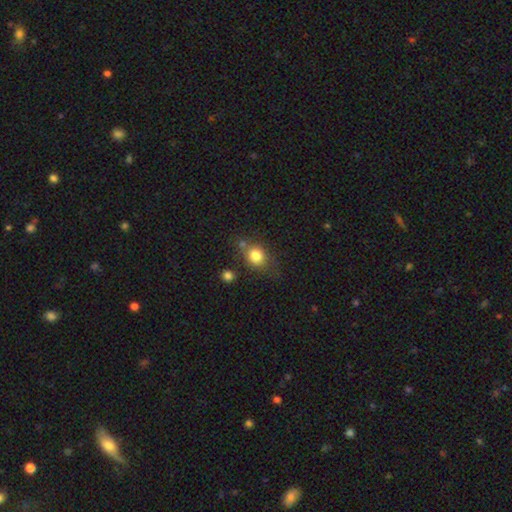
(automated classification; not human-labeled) This appears to be a smooth galaxy with no disk features (80%) that is round (69%). Merging: none (61%).